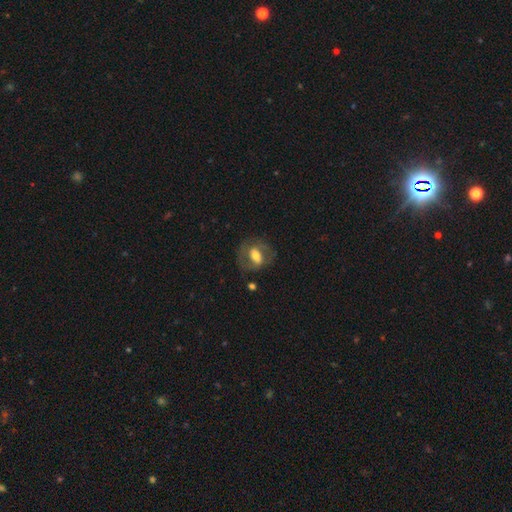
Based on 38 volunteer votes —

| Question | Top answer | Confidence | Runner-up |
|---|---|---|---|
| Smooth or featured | featured or disk | 53% | smooth (42%) |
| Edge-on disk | no | 100% | — |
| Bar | weak | 40% | no (35%) |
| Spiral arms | no | 55% | yes (45%) |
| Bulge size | moderate | 70% | large (20%) |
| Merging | minor disturbance | 39% | none (31%) |